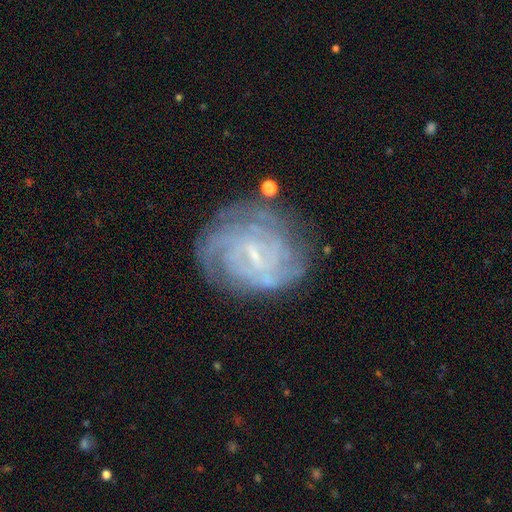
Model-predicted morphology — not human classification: A featured or disk galaxy (82%) with a weak bar (57%), tight (70%) spiral arms (94%) and a small central bulge (71%). Merging: none (72%).